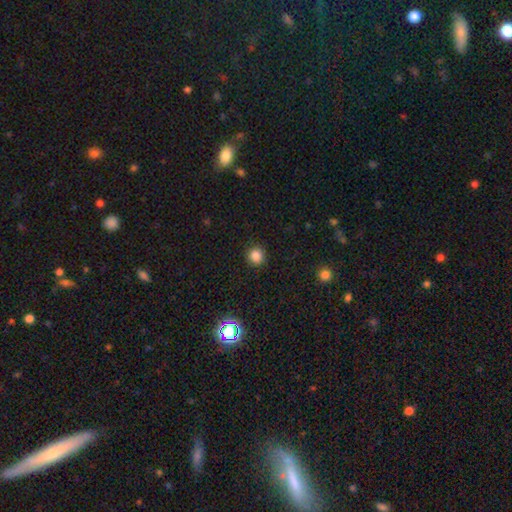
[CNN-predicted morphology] smooth-or-featured: smooth: 83% | star or artifact: 13% | featured or disk: 4%
  how-rounded: round: 93% | in between: 6% | cigar-shaped: 1%
  merging: none: 91% | minor disturbance: 6% | major disturbance: 2% | merger: 1%